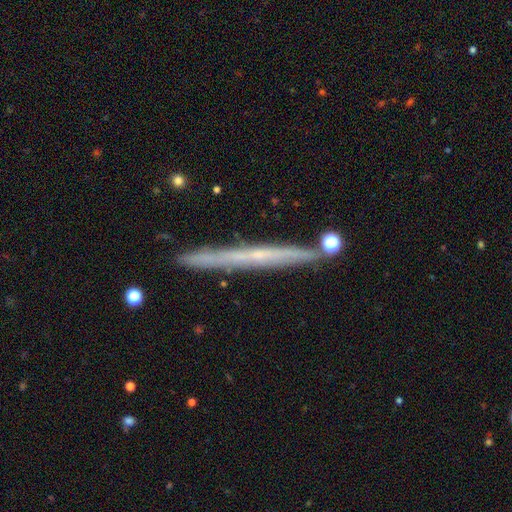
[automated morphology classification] The model was most divided on "smooth or featured": featured or disk: 62%, smooth: 30%, star or artifact: 8%. More confident: edge-on disk — yes (96%); merging — none (87%); edge-on bulge — none (77%).